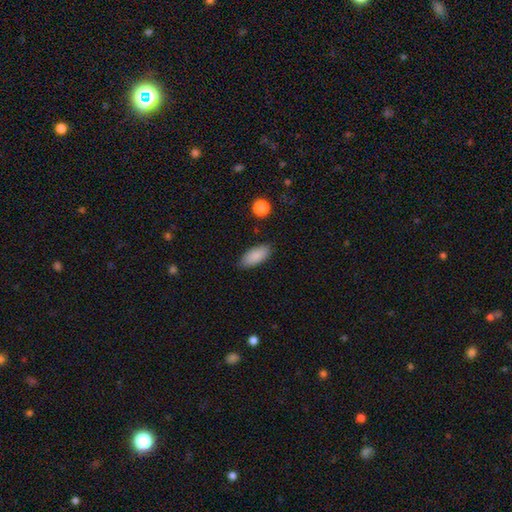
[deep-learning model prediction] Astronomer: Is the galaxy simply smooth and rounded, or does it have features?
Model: smooth — 88%.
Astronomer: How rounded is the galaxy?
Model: in between — 89%.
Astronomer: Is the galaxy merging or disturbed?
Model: none — 84%.